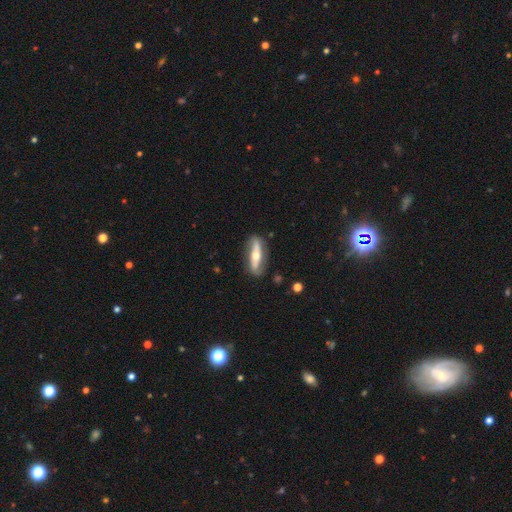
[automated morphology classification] smooth_or_featured: featured or disk (p=0.66) [alt: smooth p=0.29]
disk_edge_on: yes (p=0.60) [alt: no p=0.40]
merging: none (p=0.82) [alt: minor disturbance p=0.13]